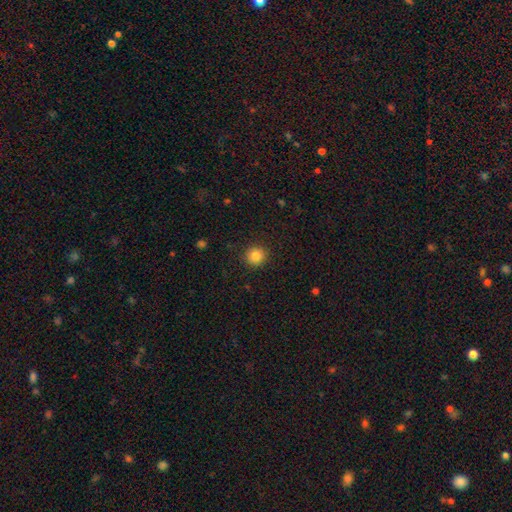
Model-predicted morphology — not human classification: Smooth or featured?
  - smooth: 84% *
  - star or artifact: 11%
  - featured or disk: 5%
How rounded?
  - round: 94% *
  - in between: 5%
  - cigar-shaped: 1%
Merging?
  - none: 91% *
  - minor disturbance: 6%
  - major disturbance: 2%
  - merger: 1%